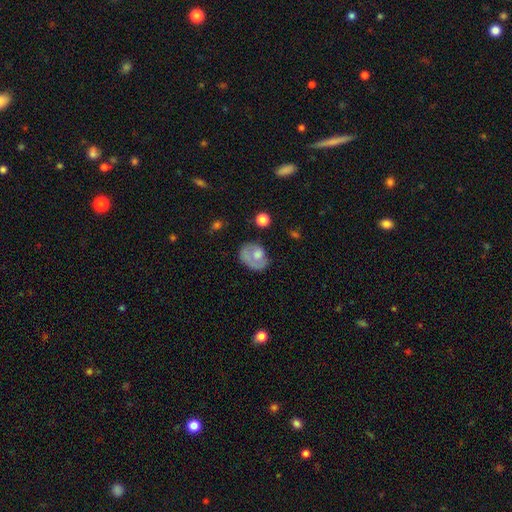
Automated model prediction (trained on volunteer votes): This is possibly a smooth galaxy (59%). How rounded: possibly in between (59%). Merging: possibly none (45%).